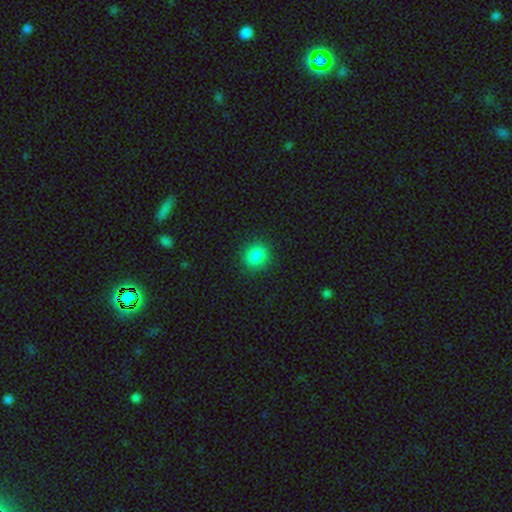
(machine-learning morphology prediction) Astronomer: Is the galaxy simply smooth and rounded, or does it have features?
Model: smooth — 86%.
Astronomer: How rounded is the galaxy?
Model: round — 79%.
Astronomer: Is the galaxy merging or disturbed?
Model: none — 89%.